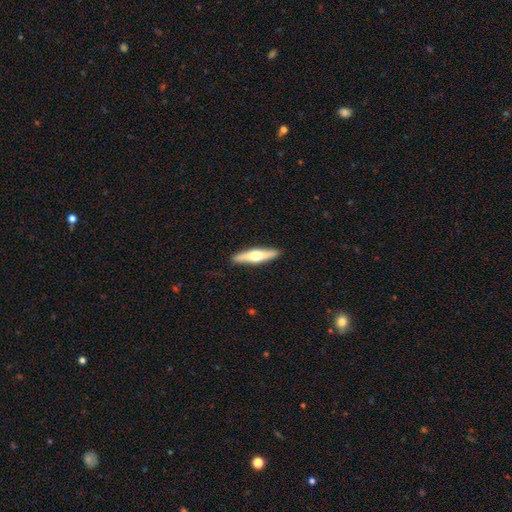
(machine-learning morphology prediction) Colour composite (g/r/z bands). It shows a featured or disk galaxy (51%) viewed edge-on (93%). Merging: none (91%).